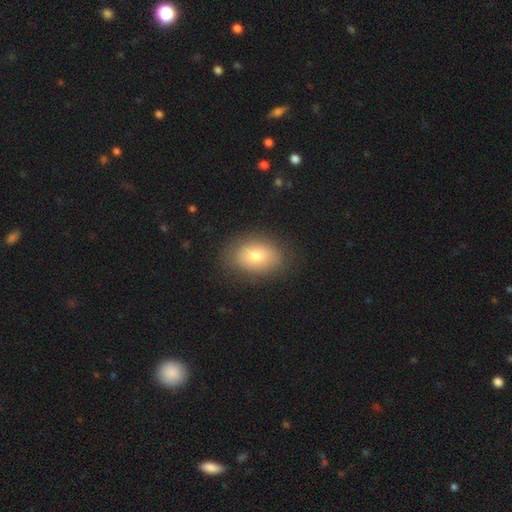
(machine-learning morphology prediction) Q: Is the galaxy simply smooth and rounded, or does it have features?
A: smooth — 75%.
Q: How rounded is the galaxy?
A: in between — 76%.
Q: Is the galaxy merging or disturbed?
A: none — 84%.